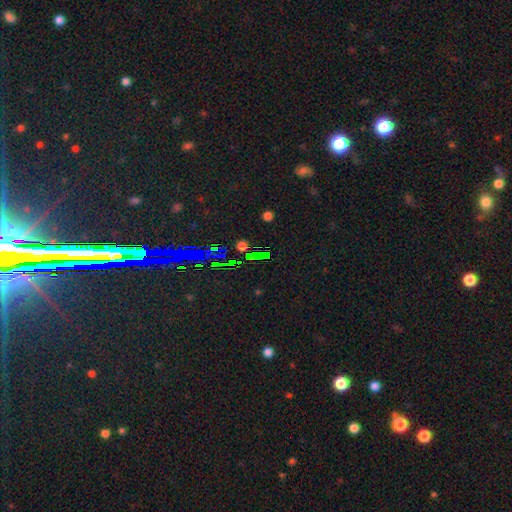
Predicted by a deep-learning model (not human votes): smooth-or-featured: star or artifact: 71% | smooth: 18% | featured or disk: 11%